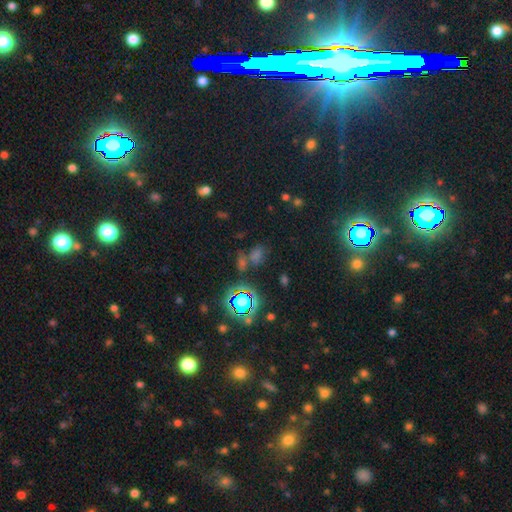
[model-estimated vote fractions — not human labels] star or artifact 57%, smooth 35%, featured or disk 9%.